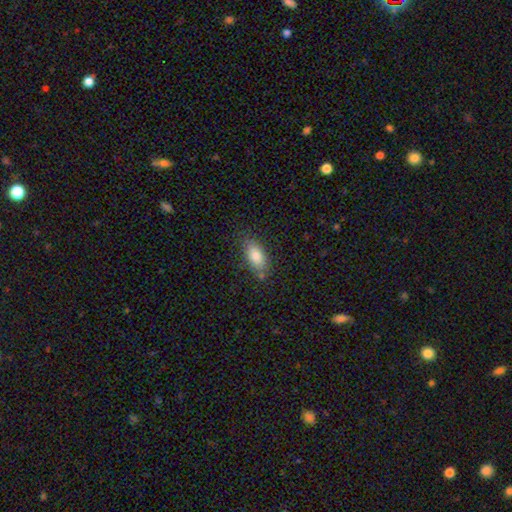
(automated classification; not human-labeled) Smooth or featured? Predicted: smooth (p=0.83). How rounded? Predicted: in between (p=0.87). Merging? Predicted: none (p=0.74).